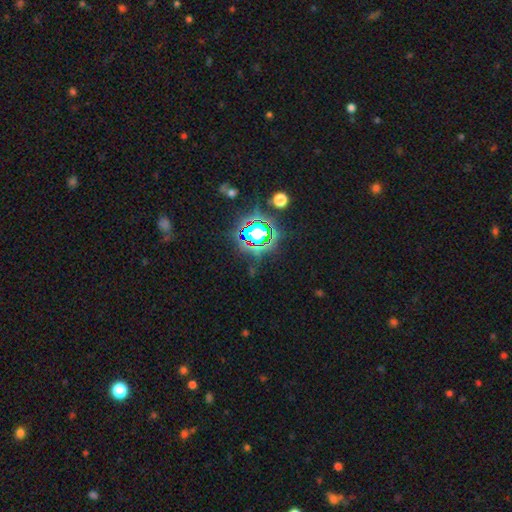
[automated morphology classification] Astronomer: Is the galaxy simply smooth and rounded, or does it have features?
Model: star or artifact — 81%.